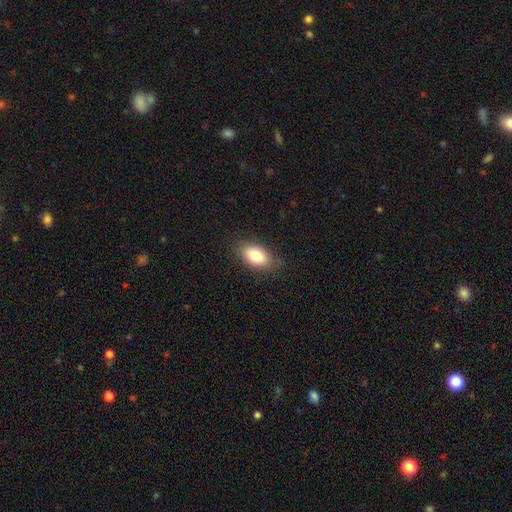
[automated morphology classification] Smooth or featured? Predicted: smooth (p=0.81). How rounded? Predicted: in between (p=0.91). Merging? Predicted: none (p=0.84).